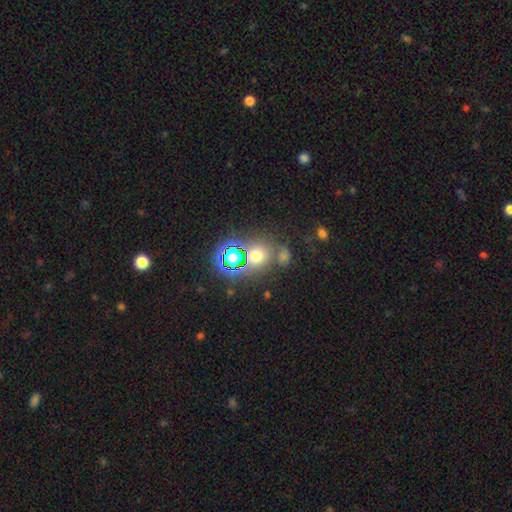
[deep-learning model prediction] Q: Smooth or featured?
A: smooth (51%); runner-up: star or artifact (40%)
Q: How rounded?
A: round (76%); runner-up: in between (23%)
Q: Merging?
A: none (67%); runner-up: merger (18%)